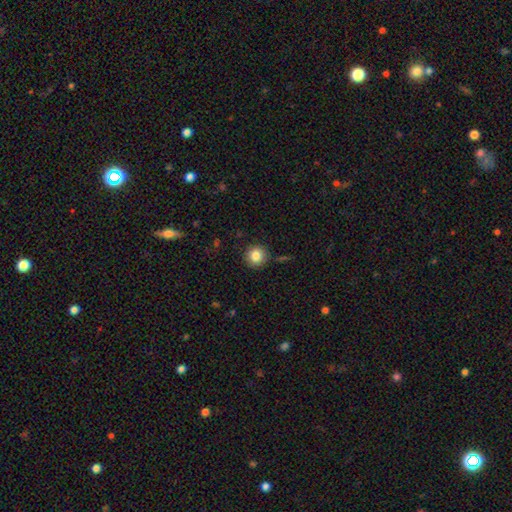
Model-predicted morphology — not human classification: Smooth or featured? smooth (84%)
How rounded? round (94%)
Merging? none (90%)